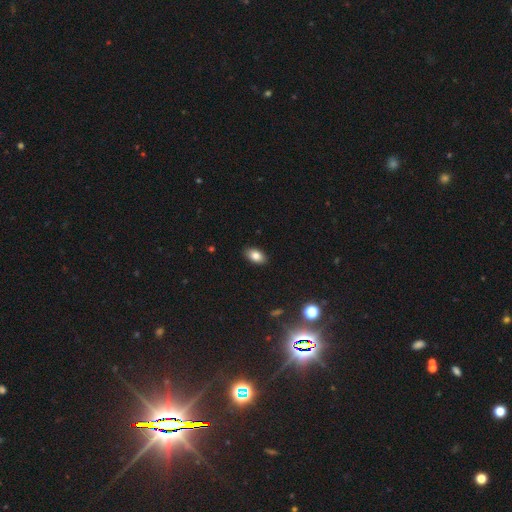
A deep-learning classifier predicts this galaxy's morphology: This is clearly a smooth galaxy (83%). How rounded: clearly in between (91%). Merging: clearly none (89%).